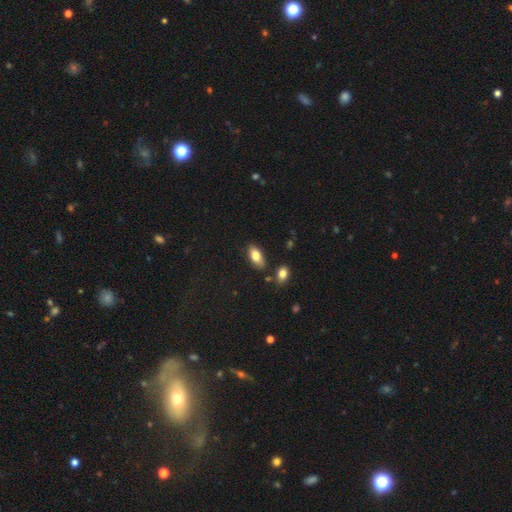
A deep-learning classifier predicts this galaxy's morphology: smooth-or-featured: smooth: 79% | featured or disk: 14% | star or artifact: 7%
  how-rounded: in between: 88% | cigar-shaped: 9% | round: 4%
  merging: none: 78% | minor disturbance: 14% | merger: 5% | major disturbance: 3%